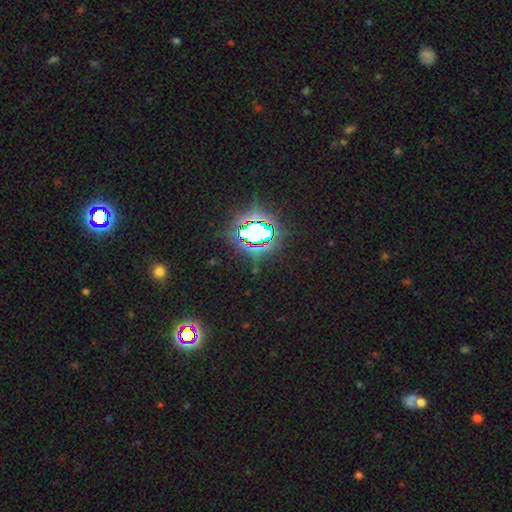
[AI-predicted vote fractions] Smooth or featured?
  - star or artifact: 78% *
  - smooth: 14%
  - featured or disk: 8%